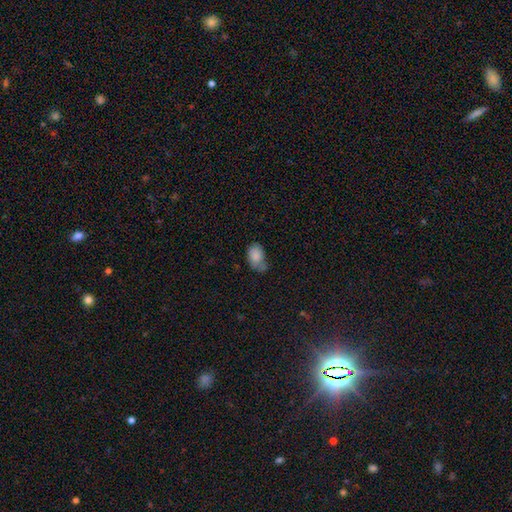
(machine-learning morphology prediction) smooth_or_featured: smooth (p=0.82) [alt: featured or disk p=0.09]
how_rounded: in between (p=0.84) [alt: round p=0.15]
merging: none (p=0.41) [alt: minor disturbance p=0.34]